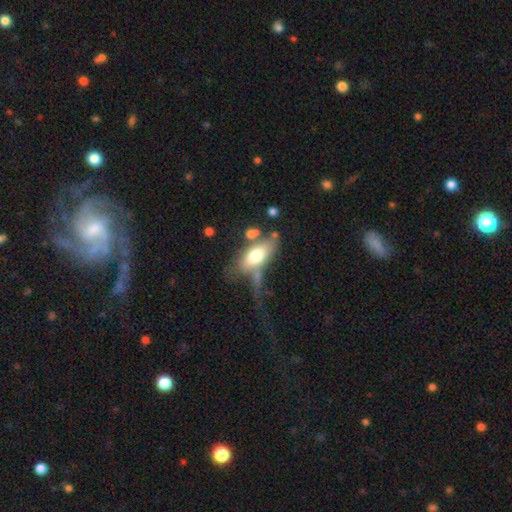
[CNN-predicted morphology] smooth 65%, featured or disk 28%, star or artifact 7%. Down the decision tree: how rounded — in between (85%); merging — none (32%).